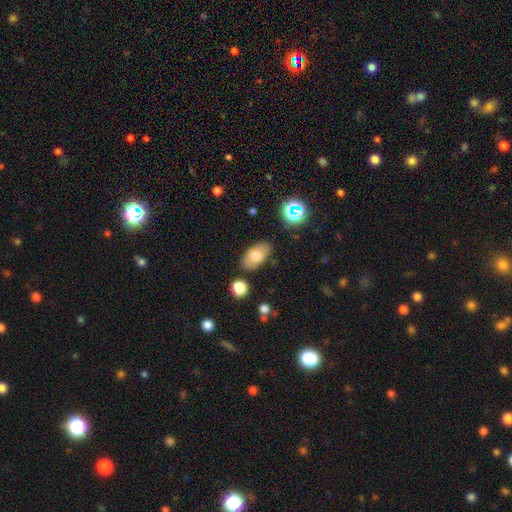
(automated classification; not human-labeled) Q: Smooth or featured?
A: smooth (74%); runner-up: featured or disk (17%)
Q: How rounded?
A: in between (92%); runner-up: round (5%)
Q: Merging?
A: none (82%); runner-up: minor disturbance (12%)